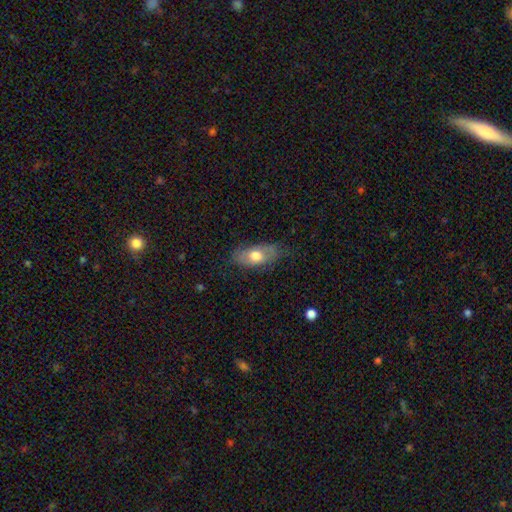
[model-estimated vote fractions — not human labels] A smooth galaxy with no disk features (63%) that is in between round and cigar-shaped (86%). Merging: none (67%).